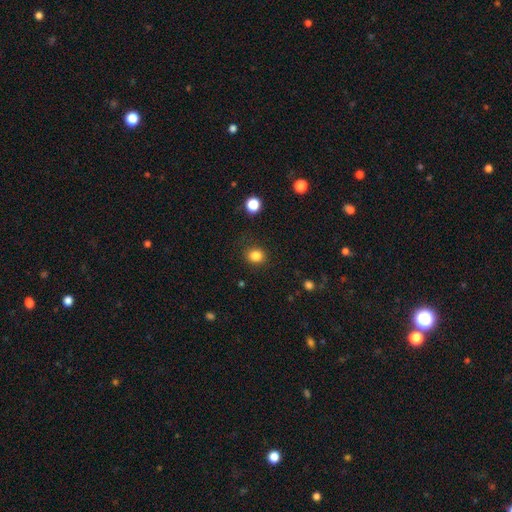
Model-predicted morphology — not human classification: type=smooth (84%); roundness=round (76%); merging=none (87%).